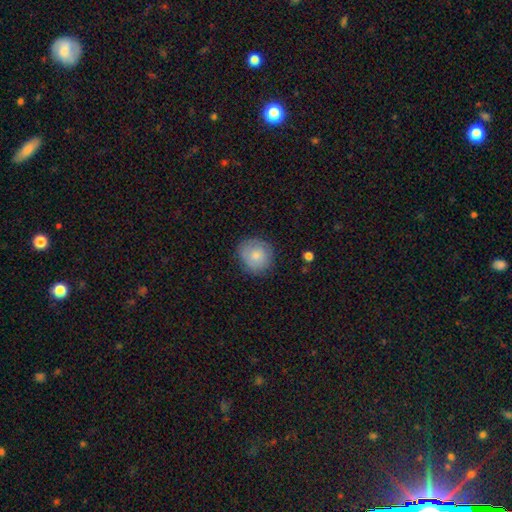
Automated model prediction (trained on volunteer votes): smooth-or-featured: smooth: 72% | featured or disk: 21% | star or artifact: 7%
  how-rounded: round: 87% | in between: 12% | cigar-shaped: 1%
  merging: none: 79% | minor disturbance: 16% | major disturbance: 4% | merger: 1%